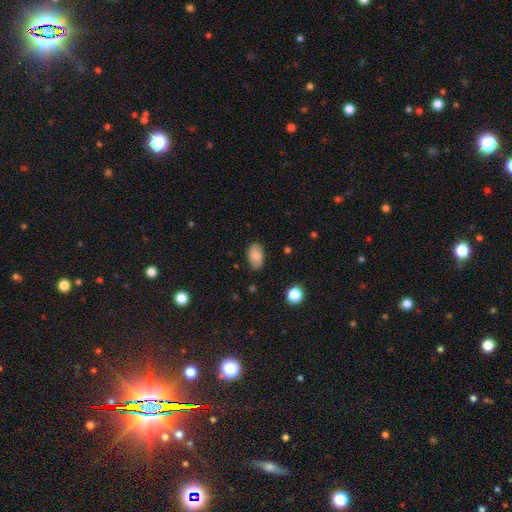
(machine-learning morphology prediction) Overall: smooth (76%). How rounded: in between (92%). Merging: none (80%).